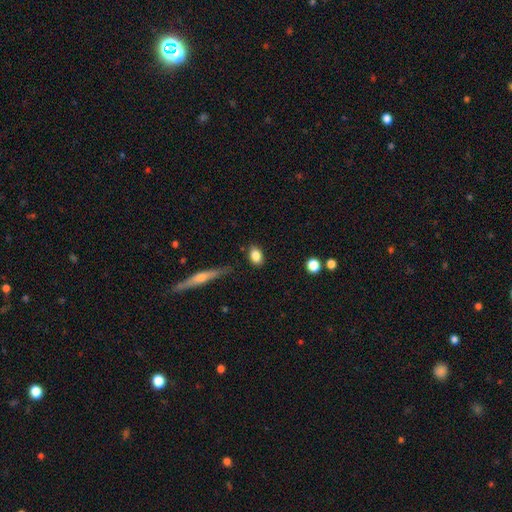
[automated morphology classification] Smooth or featured?
  - smooth: 84% *
  - star or artifact: 8%
  - featured or disk: 8%
How rounded?
  - in between: 77% *
  - round: 20%
  - cigar-shaped: 3%
Merging?
  - none: 83% *
  - minor disturbance: 12%
  - major disturbance: 3%
  - merger: 3%